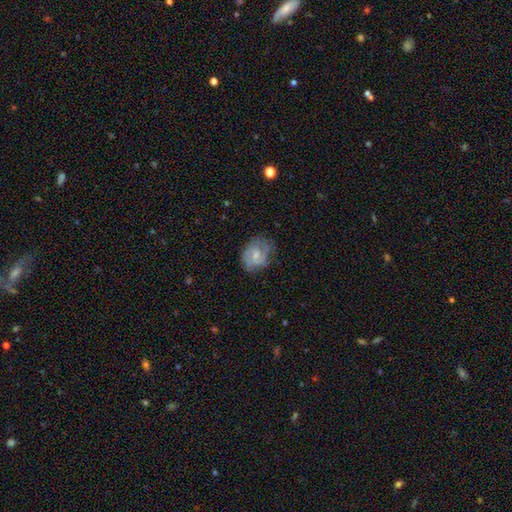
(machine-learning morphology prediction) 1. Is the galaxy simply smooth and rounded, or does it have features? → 70% featured or disk, 23% smooth, 6% star or artifact.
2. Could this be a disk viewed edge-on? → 98% no, 2% yes.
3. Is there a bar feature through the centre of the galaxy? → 51% weak, 40% no, 9% strong.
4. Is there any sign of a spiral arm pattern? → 92% yes, 8% no.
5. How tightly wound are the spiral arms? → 49% medium, 34% tight, 17% loose.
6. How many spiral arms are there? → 72% 2, 13% can't tell, 7% 3, 4% 1, 2% 4, 2% more than 4.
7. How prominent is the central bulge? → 56% small, 35% moderate, 6% none, 2% large, 1% dominant.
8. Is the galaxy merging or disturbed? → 67% none, 23% minor disturbance, 9% major disturbance, 1% merger.